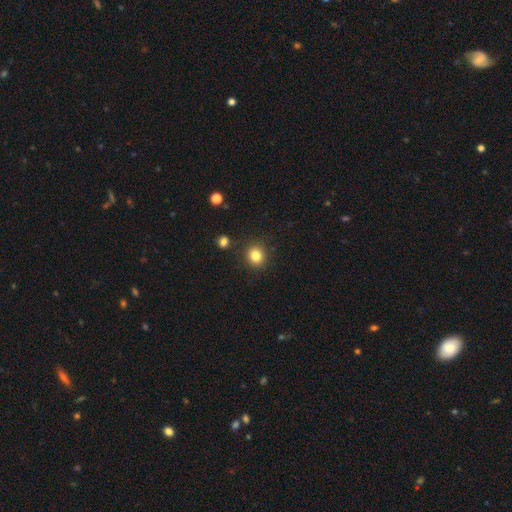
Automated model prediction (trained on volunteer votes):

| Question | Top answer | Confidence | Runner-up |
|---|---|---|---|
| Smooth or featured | smooth | 83% | star or artifact (12%) |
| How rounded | round | 86% | in between (13%) |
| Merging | none | 88% | minor disturbance (7%) |